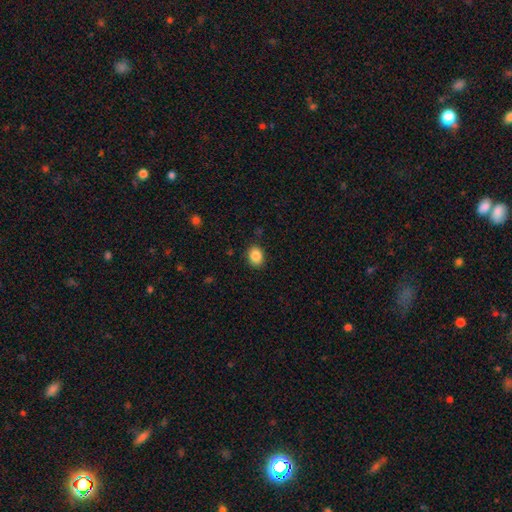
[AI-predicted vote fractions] This appears to be a smooth galaxy with no disk features (87%) that is in between round and cigar-shaped (54%). Merging: none (87%).